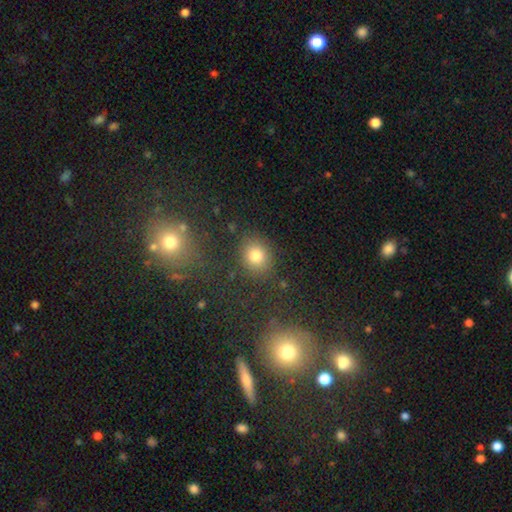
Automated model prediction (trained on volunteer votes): Smooth or featured: smooth — 79% (star or artifact — 14%)
How rounded: round — 69% (in between — 30%)
Merging: none — 81% (minor disturbance — 10%)